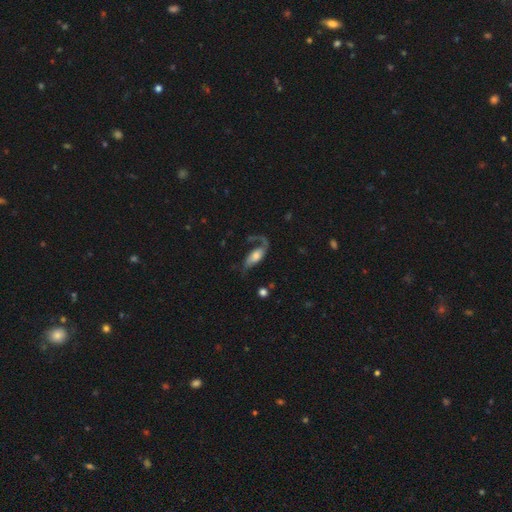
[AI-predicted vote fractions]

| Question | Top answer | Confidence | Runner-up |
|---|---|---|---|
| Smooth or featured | featured or disk | 66% | smooth (27%) |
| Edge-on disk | no | 89% | yes (11%) |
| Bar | no | 60% | weak (27%) |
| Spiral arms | yes | 88% | no (12%) |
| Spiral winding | loose | 71% | medium (22%) |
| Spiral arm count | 2 | 54% | 1 (41%) |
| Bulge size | moderate | 43% | small (24%) |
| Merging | none | 42% | major disturbance (34%) |